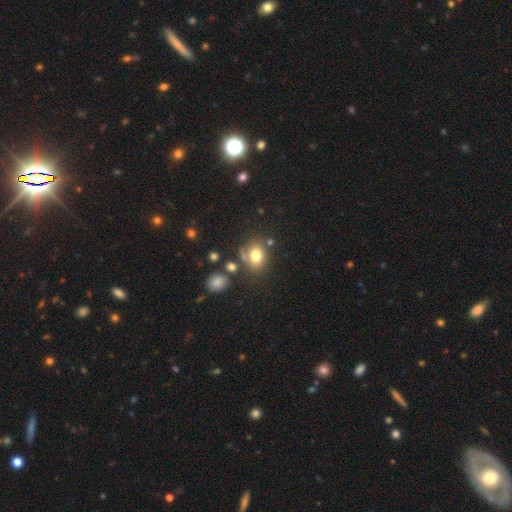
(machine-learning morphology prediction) smooth-or-featured: smooth: 76% | star or artifact: 12% | featured or disk: 12%
  how-rounded: in between: 50% | round: 49% | cigar-shaped: 1%
  merging: none: 60% | minor disturbance: 17% | merger: 15% | major disturbance: 8%